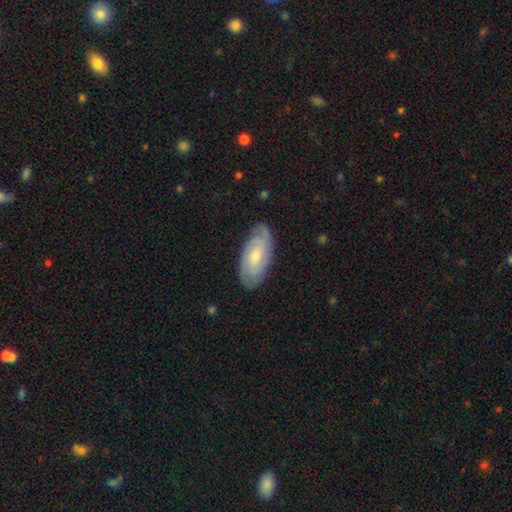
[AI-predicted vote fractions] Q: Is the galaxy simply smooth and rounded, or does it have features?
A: featured or disk — 63%.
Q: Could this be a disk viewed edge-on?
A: no — 91%.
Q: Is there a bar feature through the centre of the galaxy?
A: no — 67%.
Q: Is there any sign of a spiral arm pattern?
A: yes — 90%.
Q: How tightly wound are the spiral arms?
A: tight — 64%.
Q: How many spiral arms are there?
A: can't tell — 40%.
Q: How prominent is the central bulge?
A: small — 46%.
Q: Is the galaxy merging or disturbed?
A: none — 80%.